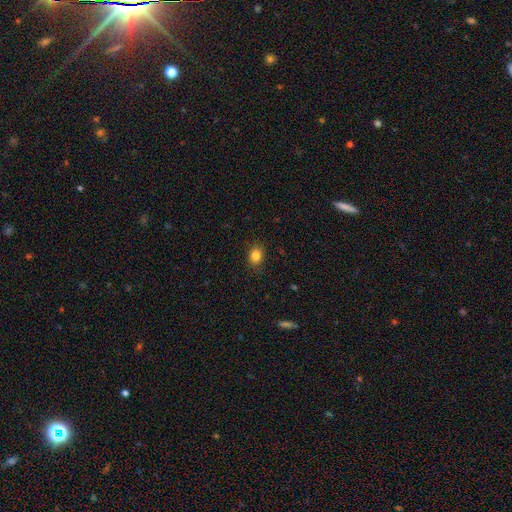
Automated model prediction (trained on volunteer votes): A smooth galaxy with no disk features (84%) that is in between round and cigar-shaped (50%).

Vote fractions:
- Smooth or featured? smooth: 84% / star or artifact: 11% / featured or disk: 5%
- How rounded? in between: 50% / round: 49% / cigar-shaped: 1%
- Merging? none: 88% / minor disturbance: 9% / major disturbance: 2% / merger: 1%